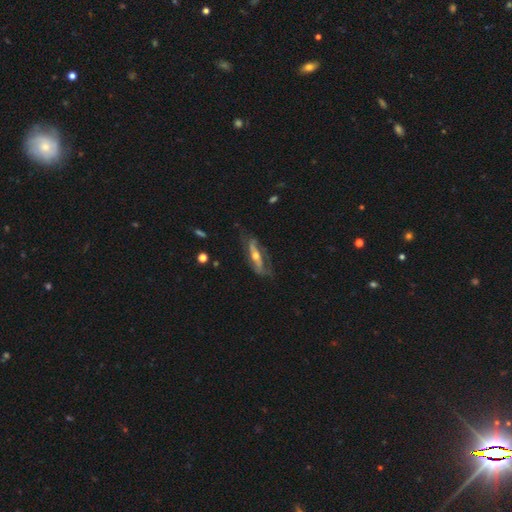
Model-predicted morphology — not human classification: smooth-or-featured: featured or disk: 74% | smooth: 21% | star or artifact: 5%
  disk-edge-on: no: 57% | yes: 43%
  merging: none: 55% | minor disturbance: 26% | major disturbance: 17% | merger: 2%